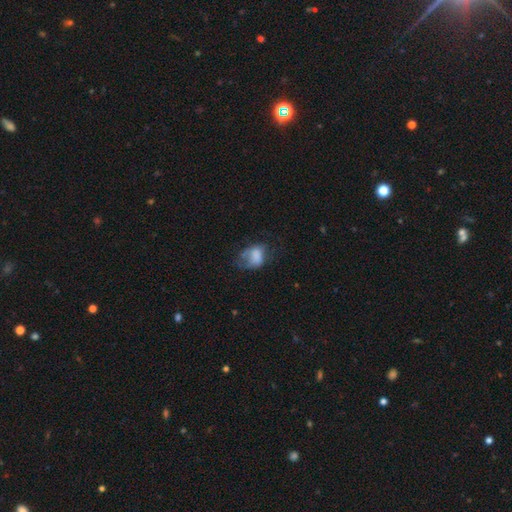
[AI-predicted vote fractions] A smooth galaxy with no disk features (67%) that is in between round and cigar-shaped (72%). Merging: major disturbance (37%).